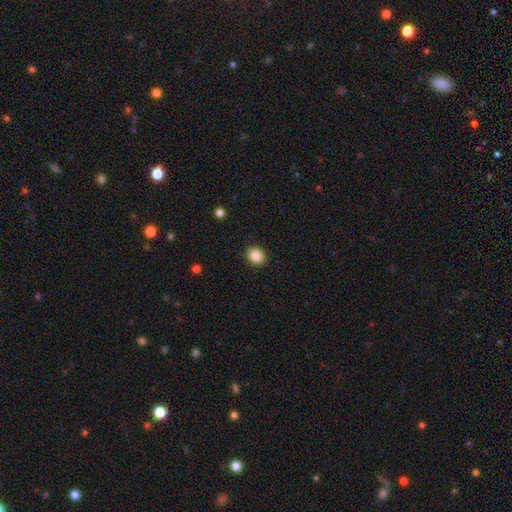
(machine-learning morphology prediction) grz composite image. It shows a smooth galaxy with no disk features (86%) that is round (72%). Merging: none (92%).